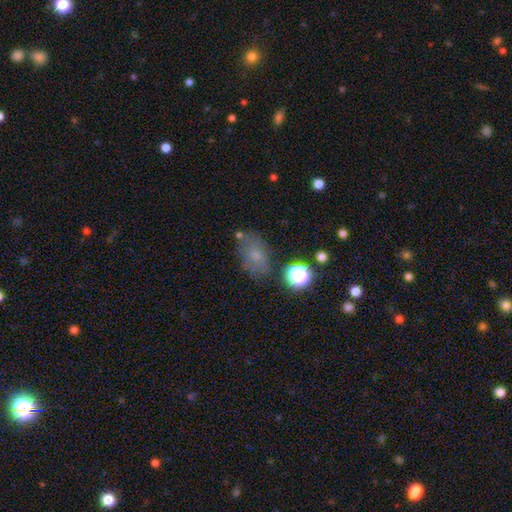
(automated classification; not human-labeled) Smooth or featured?
  - smooth: 64% *
  - featured or disk: 19%
  - star or artifact: 16%
How rounded?
  - in between: 81% *
  - round: 17%
  - cigar-shaped: 2%
Merging?
  - none: 64% *
  - minor disturbance: 21%
  - major disturbance: 9%
  - merger: 6%